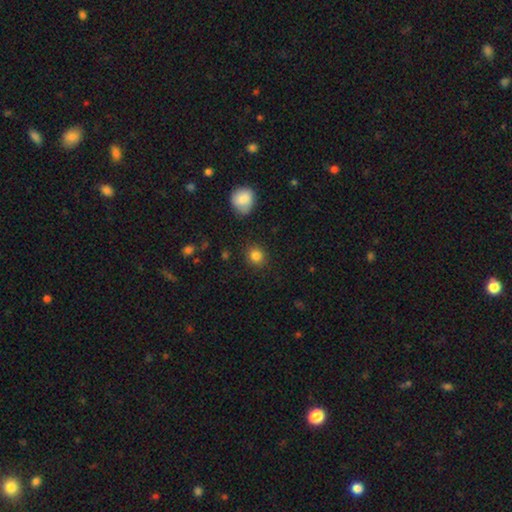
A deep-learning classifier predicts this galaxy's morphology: type=smooth (84%); roundness=round (85%); merging=none (88%).